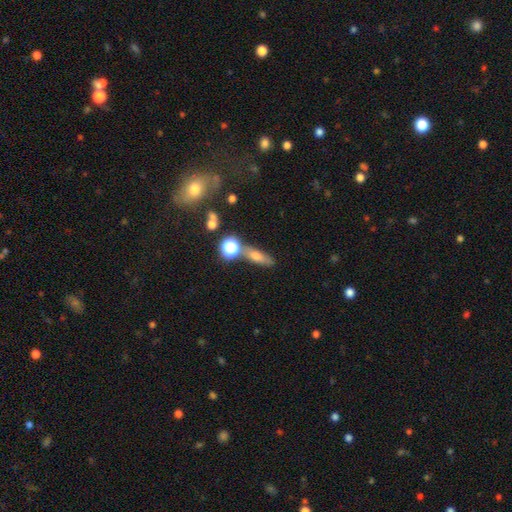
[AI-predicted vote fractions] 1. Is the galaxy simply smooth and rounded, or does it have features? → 59% smooth, 23% featured or disk, 18% star or artifact.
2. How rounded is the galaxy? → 48% cigar-shaped, 38% in between, 14% round.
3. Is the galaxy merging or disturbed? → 68% none, 15% merger, 12% minor disturbance, 5% major disturbance.